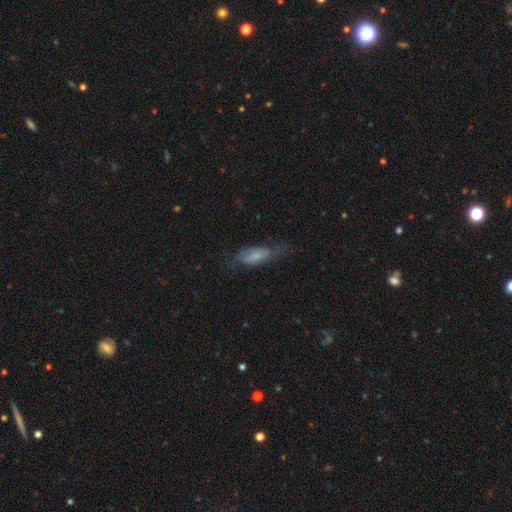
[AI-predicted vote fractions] Smooth or featured? smooth (57%)
How rounded? in between (62%)
Merging? none (53%)